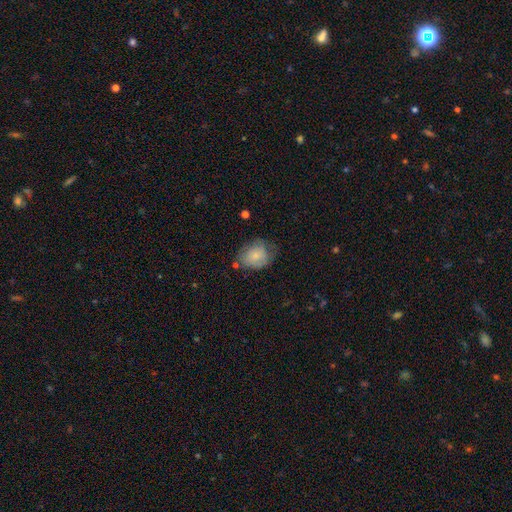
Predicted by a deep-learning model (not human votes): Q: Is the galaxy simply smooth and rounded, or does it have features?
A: smooth — 72%.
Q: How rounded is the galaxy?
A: in between — 57%.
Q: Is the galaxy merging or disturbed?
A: none — 49%.